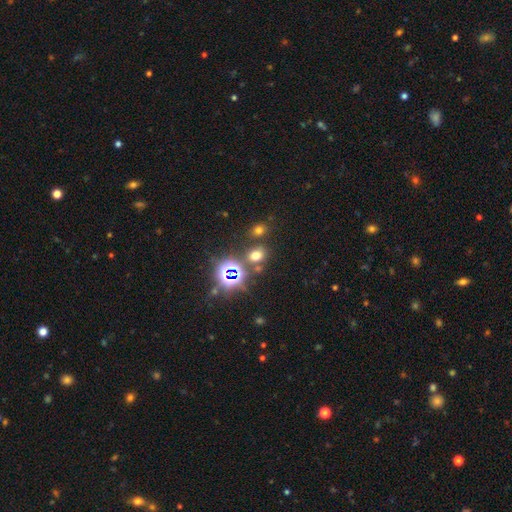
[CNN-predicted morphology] Smooth or featured?
  - smooth: 55% *
  - star or artifact: 37%
  - featured or disk: 8%
How rounded?
  - round: 52% *
  - in between: 46%
  - cigar-shaped: 1%
Merging?
  - none: 75% *
  - merger: 11%
  - minor disturbance: 9%
  - major disturbance: 4%